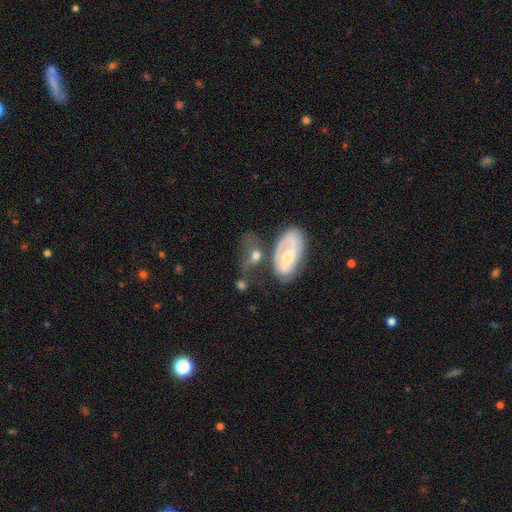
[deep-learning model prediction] This appears to be a smooth galaxy with no disk features (46%). Merging: none (37%).